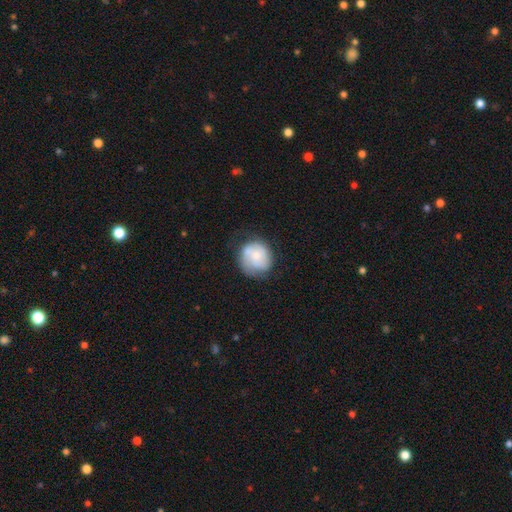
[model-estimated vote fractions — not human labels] A smooth galaxy with no disk features (49%). Merging: none (60%).